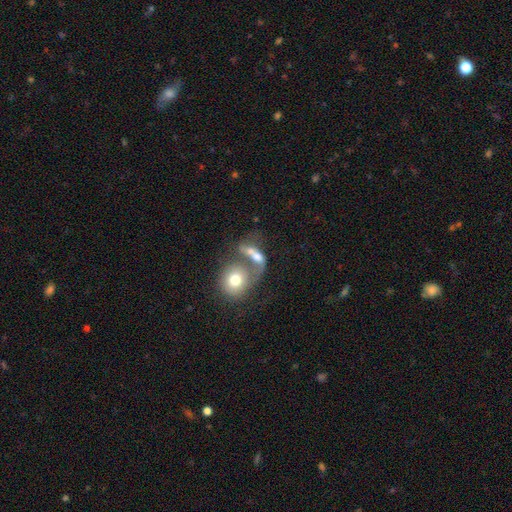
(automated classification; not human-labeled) The model was most divided on "smooth or featured": smooth: 52%, featured or disk: 37%, star or artifact: 11%. More confident: merging — merger (64%); how rounded — in between (61%).